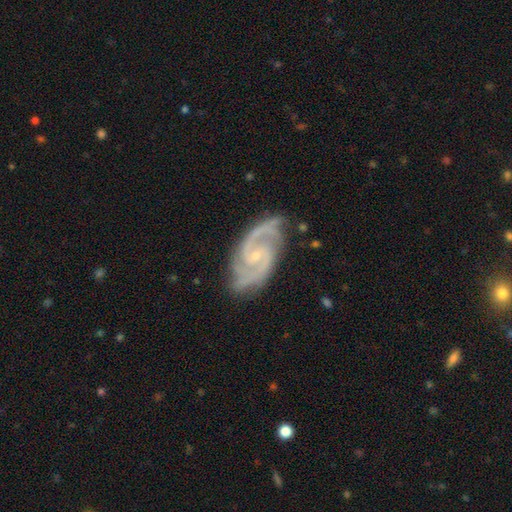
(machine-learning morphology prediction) This appears to be a featured or disk galaxy (93%) with no bar (43%, tied with weak), 2 (88%) medium (57%) spiral arms (99%) and a small central bulge (77%). Merging: none (79%).